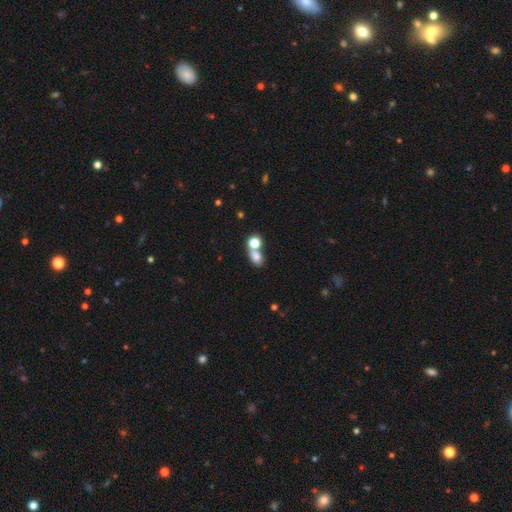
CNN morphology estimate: This appears to be a smooth galaxy with no disk features (75%) that is in between round and cigar-shaped (60%). Merging: merger (48%).